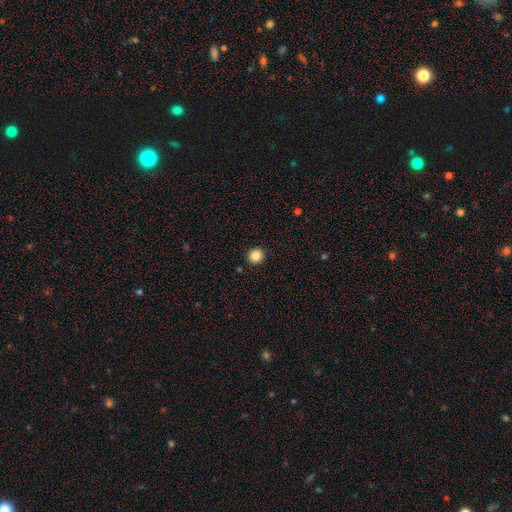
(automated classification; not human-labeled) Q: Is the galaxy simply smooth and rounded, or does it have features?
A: smooth — 86%.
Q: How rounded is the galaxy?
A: round — 89%.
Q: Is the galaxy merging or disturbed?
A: none — 92%.